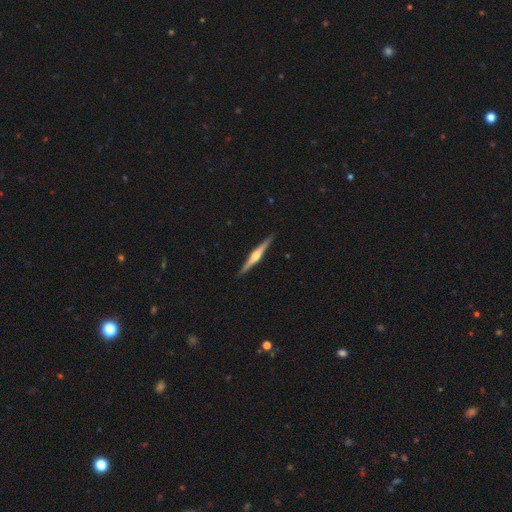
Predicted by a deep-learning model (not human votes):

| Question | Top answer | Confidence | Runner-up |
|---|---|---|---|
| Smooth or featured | featured or disk | 79% | smooth (16%) |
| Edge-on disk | yes | 98% | no (2%) |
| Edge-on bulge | rounded | 90% | boxy (6%) |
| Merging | none | 91% | minor disturbance (6%) |